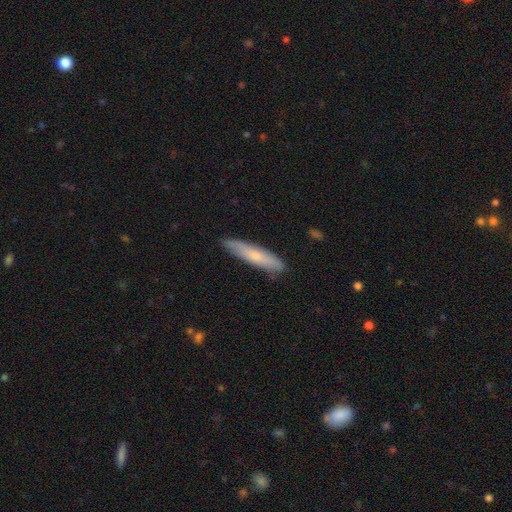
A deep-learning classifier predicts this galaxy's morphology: This is likely a smooth galaxy (64%). How rounded: clearly cigar-shaped (88%). Merging: clearly none (86%).